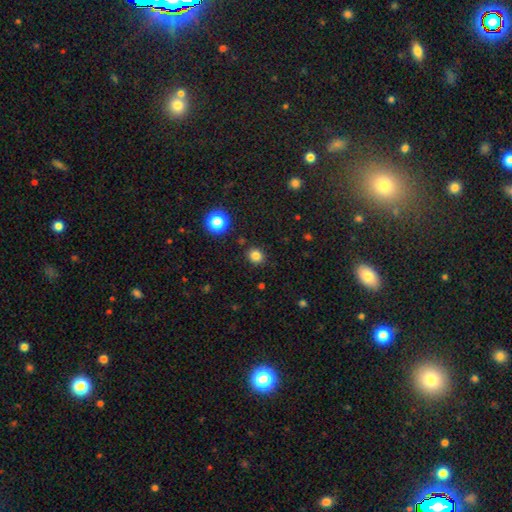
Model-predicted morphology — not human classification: A smooth galaxy with no disk features (81%) that is round (79%).

Vote fractions:
- Smooth or featured? smooth: 81% / star or artifact: 14% / featured or disk: 4%
- How rounded? round: 79% / in between: 21% / cigar-shaped: 1%
- Merging? none: 87% / minor disturbance: 8% / major disturbance: 2% / merger: 2%